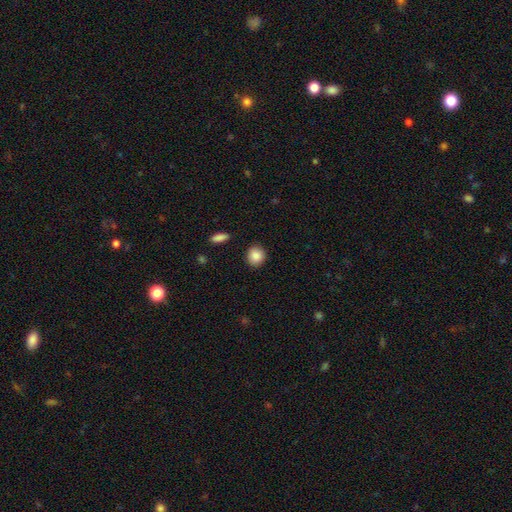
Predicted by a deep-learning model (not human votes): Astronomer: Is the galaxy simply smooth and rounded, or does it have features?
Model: smooth — 88%.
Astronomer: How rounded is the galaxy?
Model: round — 78%.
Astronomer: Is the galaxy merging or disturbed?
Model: none — 88%.